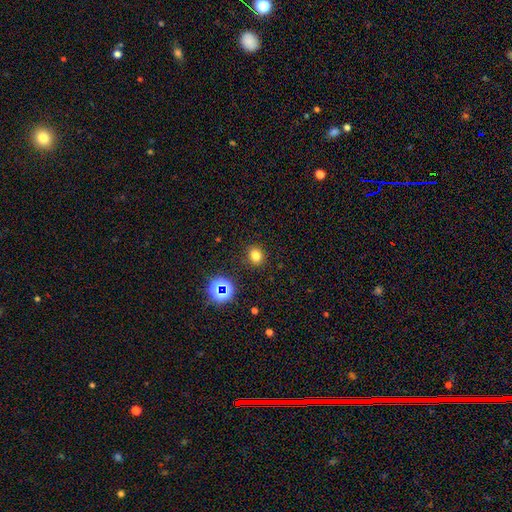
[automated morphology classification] Q: Smooth or featured?
A: smooth (75%); runner-up: star or artifact (19%)
Q: How rounded?
A: round (65%); runner-up: in between (34%)
Q: Merging?
A: none (88%); runner-up: minor disturbance (8%)